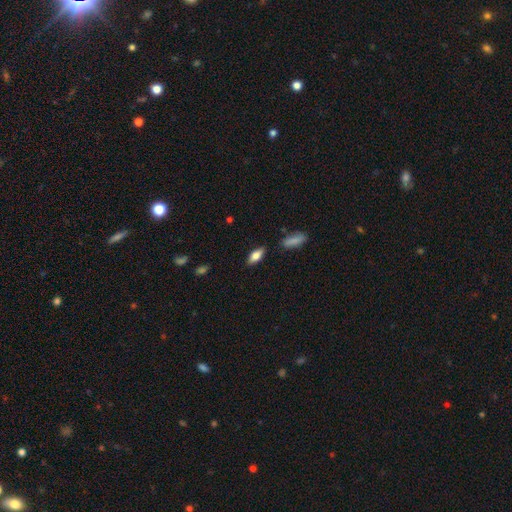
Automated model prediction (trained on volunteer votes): smooth 74%, featured or disk 19%, star or artifact 7%. Down the decision tree: how rounded — in between (80%); merging — none (85%).